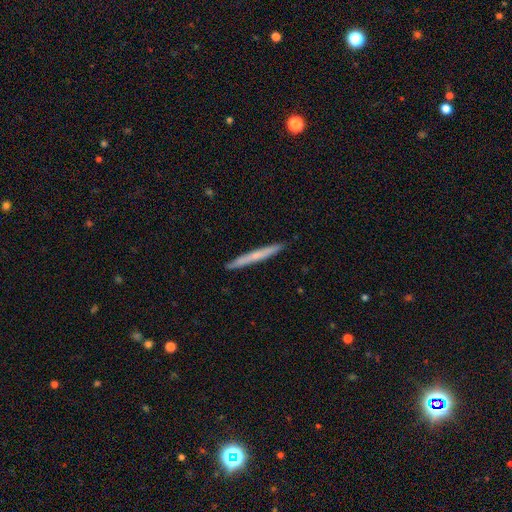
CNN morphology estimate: A smooth galaxy with no disk features (52%) that is cigar-shaped (97%). Merging: none (91%).